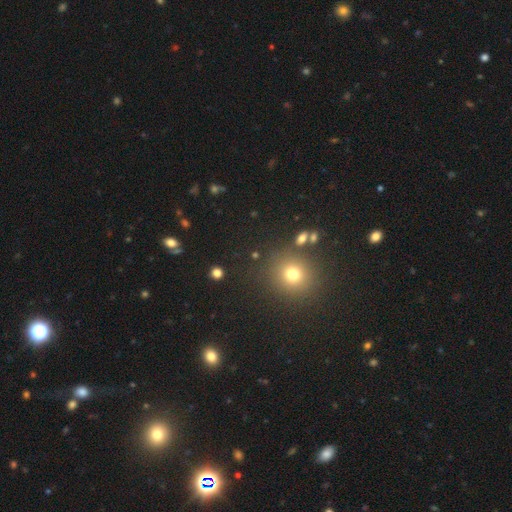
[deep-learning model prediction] A smooth galaxy with no disk features (61%) that is round (89%).

Vote fractions:
- Smooth or featured? smooth: 61% / star or artifact: 32% / featured or disk: 7%
- How rounded? round: 89% / in between: 10% / cigar-shaped: 1%
- Merging? none: 86% / minor disturbance: 7% / merger: 4% / major disturbance: 3%